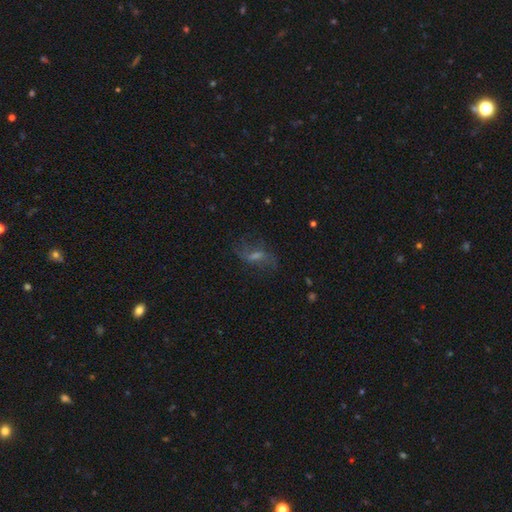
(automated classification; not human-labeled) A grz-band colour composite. It shows a featured or disk galaxy (52%). Merging: none (63%).